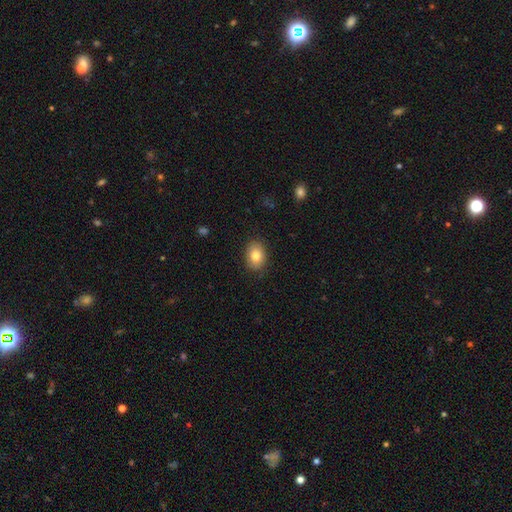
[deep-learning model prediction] Smooth or featured? Predicted: smooth (p=0.83). How rounded? Predicted: in between (p=0.72). Merging? Predicted: none (p=0.86).